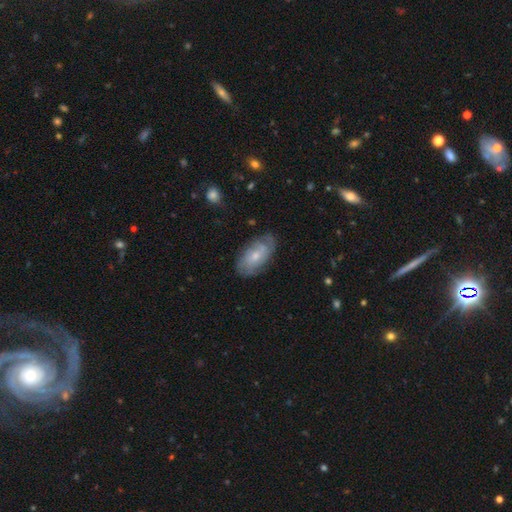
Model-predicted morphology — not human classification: A featured or disk galaxy (58%) with no bar (70%), spiral arms (79%) and a small central bulge (52%).

Vote fractions:
- Smooth or featured? featured or disk: 58% / smooth: 35% / star or artifact: 6%
- Edge-on disk? no: 93% / yes: 7%
- Bar? no: 70% / weak: 26% / strong: 4%
- Spiral arms? yes: 79% / no: 21%
- Bulge size? small: 52% / moderate: 42% / none: 3% / large: 2% / dominant: 1%
- Merging? none: 71% / minor disturbance: 21% / major disturbance: 6% / merger: 2%